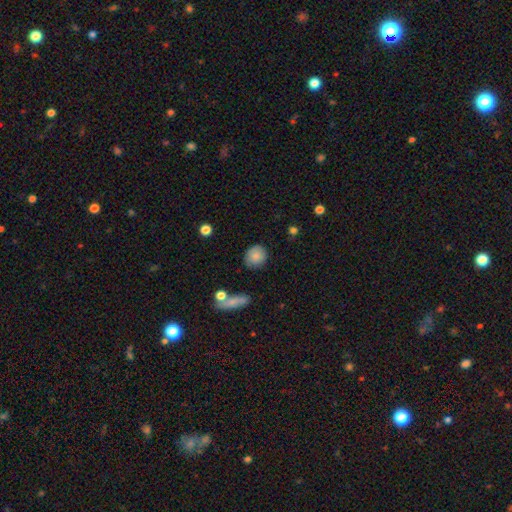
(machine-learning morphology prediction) Smooth or featured?
  - smooth: 85% *
  - star or artifact: 8%
  - featured or disk: 7%
How rounded?
  - round: 82% *
  - in between: 17%
  - cigar-shaped: 1%
Merging?
  - none: 81% *
  - minor disturbance: 13%
  - major disturbance: 3%
  - merger: 3%